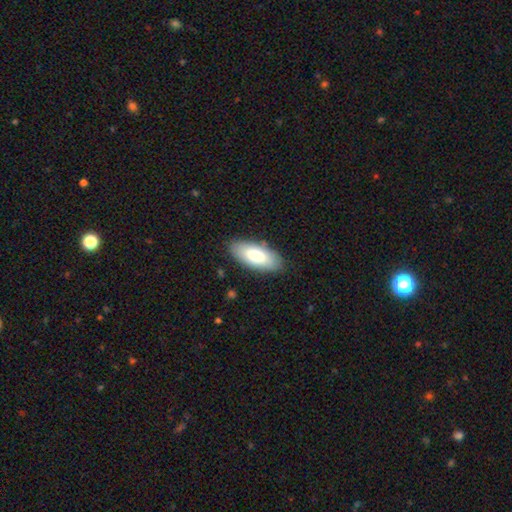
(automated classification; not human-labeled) Smooth or featured? Predicted: smooth (p=0.76). How rounded? Predicted: in between (p=0.86). Merging? Predicted: none (p=0.86).